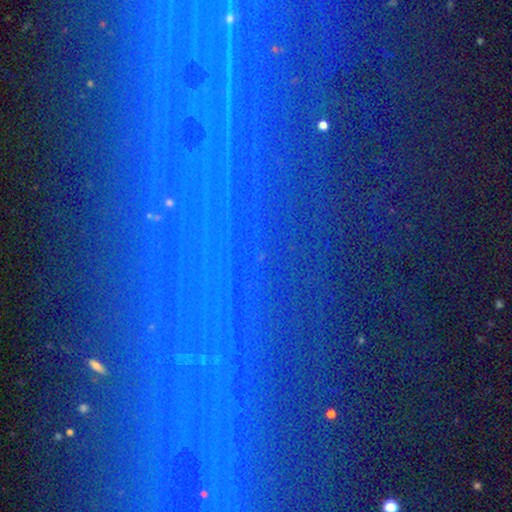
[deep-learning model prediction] smooth_or_featured: star or artifact (p=0.77) [alt: featured or disk p=0.12]